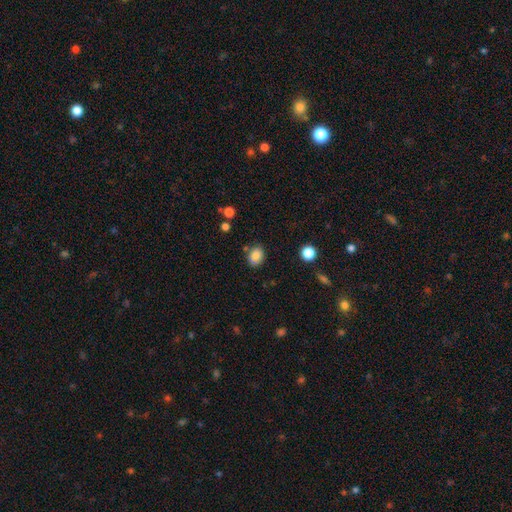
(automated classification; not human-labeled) Overall: smooth (83%). How rounded: in between (56%; round 43%). Merging: none (76%).